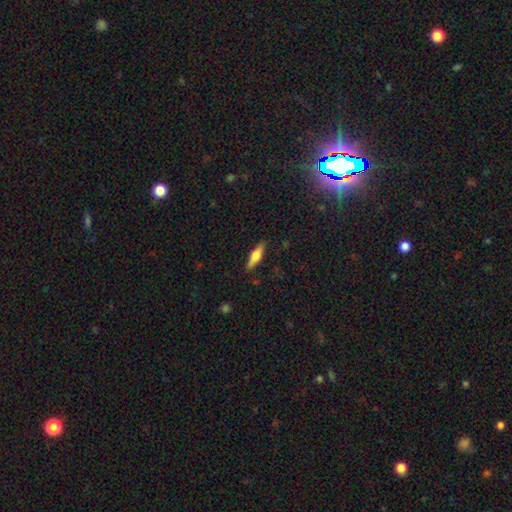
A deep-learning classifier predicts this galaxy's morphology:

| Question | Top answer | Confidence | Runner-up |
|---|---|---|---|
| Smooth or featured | smooth | 51% | featured or disk (43%) |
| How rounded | cigar-shaped | 68% | in between (30%) |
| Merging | none | 88% | minor disturbance (9%) |